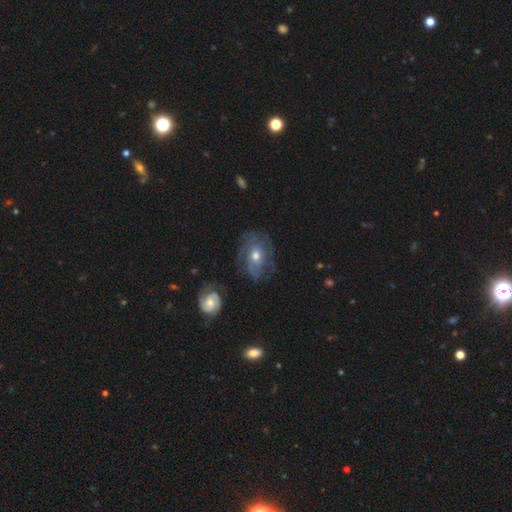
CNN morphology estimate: Smooth or featured?
  - featured or disk: 74% *
  - smooth: 17%
  - star or artifact: 9%
Edge-on disk?
  - no: 95% *
  - yes: 5%
Bar?
  - no: 70% *
  - weak: 24%
  - strong: 6%
Spiral arms?
  - yes: 84% *
  - no: 16%
Spiral winding?
  - tight: 53% *
  - medium: 34%
  - loose: 13%
Spiral arm count?
  - can't tell: 43% *
  - 3: 19%
  - 2: 19%
  - 4: 8%
  - 1: 5%
  - more than 4: 5%
Bulge size?
  - moderate: 67% *
  - small: 26%
  - large: 4%
  - none: 1%
  - dominant: 1%
Merging?
  - none: 68% *
  - minor disturbance: 19%
  - major disturbance: 11%
  - merger: 2%